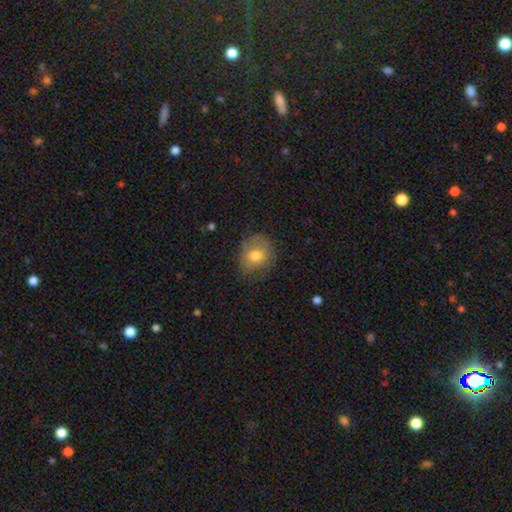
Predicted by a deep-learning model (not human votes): Morphology: type=smooth (67%); roundness=round (70%); merging=none (62%).